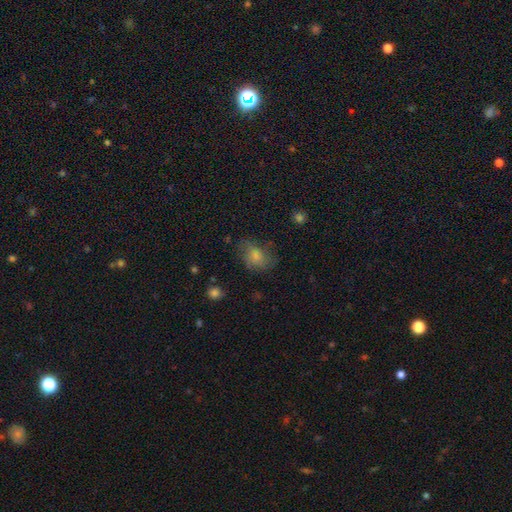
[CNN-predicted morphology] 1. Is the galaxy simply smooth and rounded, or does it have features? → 76% smooth, 14% featured or disk, 10% star or artifact.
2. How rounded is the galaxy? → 71% in between, 28% round, 1% cigar-shaped.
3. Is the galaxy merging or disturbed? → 57% none, 26% minor disturbance, 14% major disturbance, 2% merger.